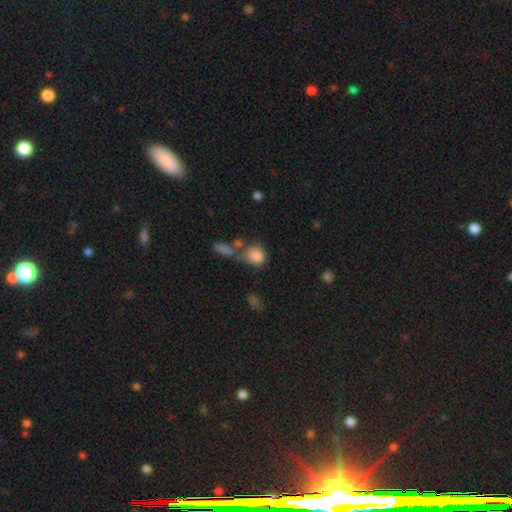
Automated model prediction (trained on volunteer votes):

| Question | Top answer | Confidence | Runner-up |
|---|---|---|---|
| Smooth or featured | smooth | 83% | star or artifact (9%) |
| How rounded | round | 58% | in between (40%) |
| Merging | none | 43% | merger (29%) |